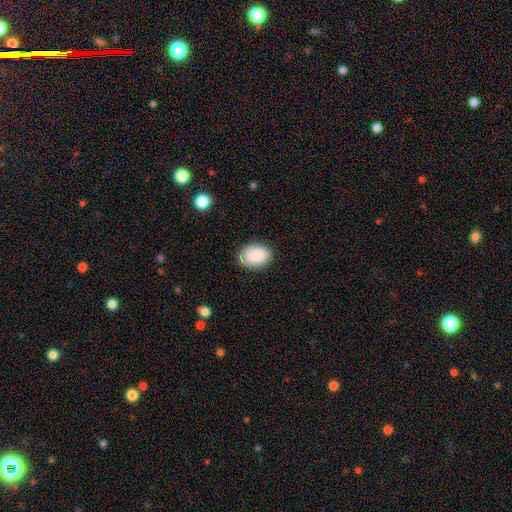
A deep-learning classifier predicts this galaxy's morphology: Overall: smooth (88%). How rounded: in between (71%). Merging: none (84%).